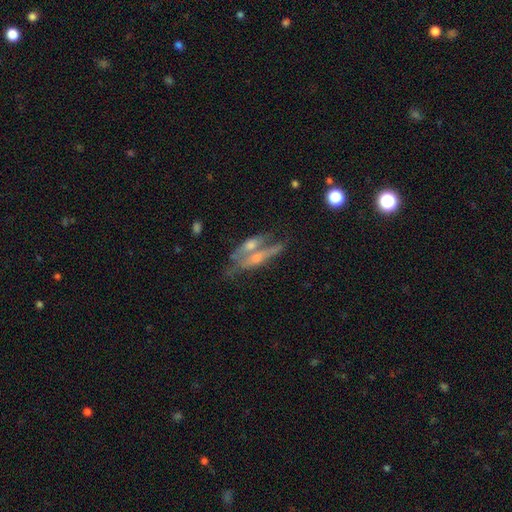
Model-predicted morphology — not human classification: type=featured or disk (58%); edge-on=yes (53%); merging=merger (45%).